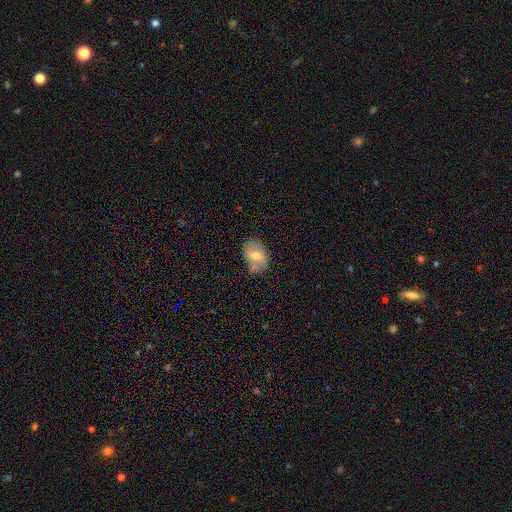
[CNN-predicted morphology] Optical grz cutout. It shows a smooth galaxy with no disk features (52%) that is in between round and cigar-shaped (78%). Merging: none (63%).